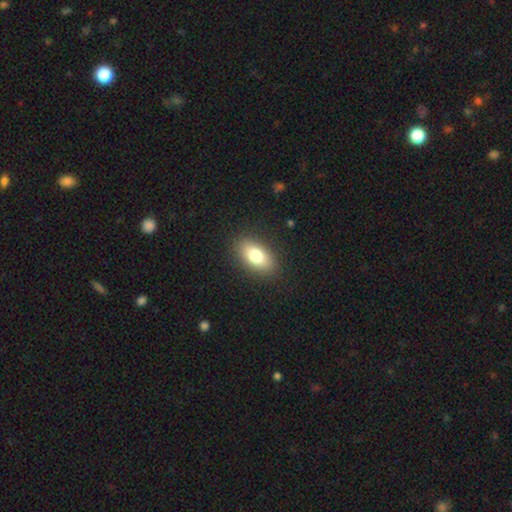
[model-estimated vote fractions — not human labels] Morphology: type=smooth (79%); roundness=in between (90%); merging=none (88%).